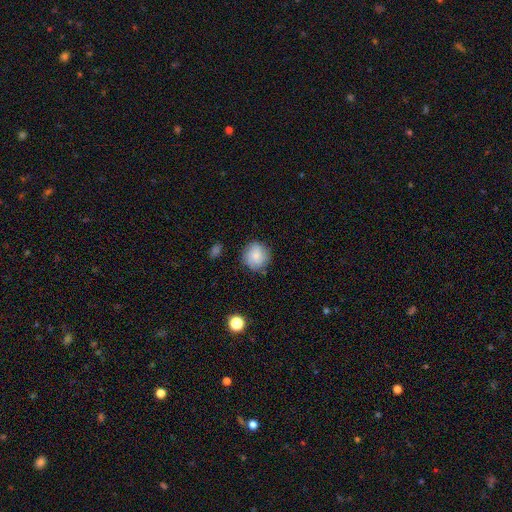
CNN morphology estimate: type=smooth (65%); roundness=round (88%); merging=none (81%).